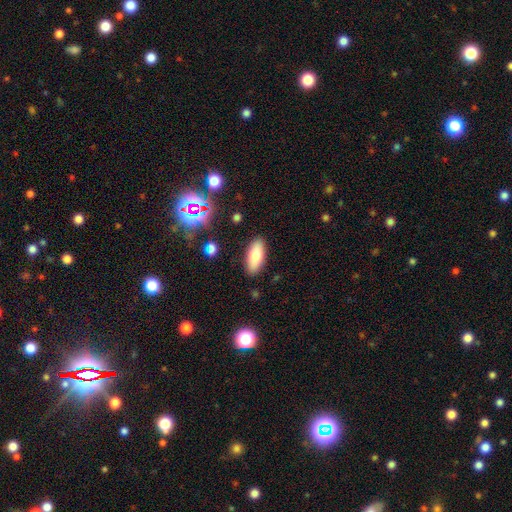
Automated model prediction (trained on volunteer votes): Smooth or featured?
  - smooth: 79% *
  - featured or disk: 12%
  - star or artifact: 8%
How rounded?
  - in between: 82% *
  - cigar-shaped: 16%
  - round: 2%
Merging?
  - none: 87% *
  - minor disturbance: 9%
  - major disturbance: 2%
  - merger: 2%